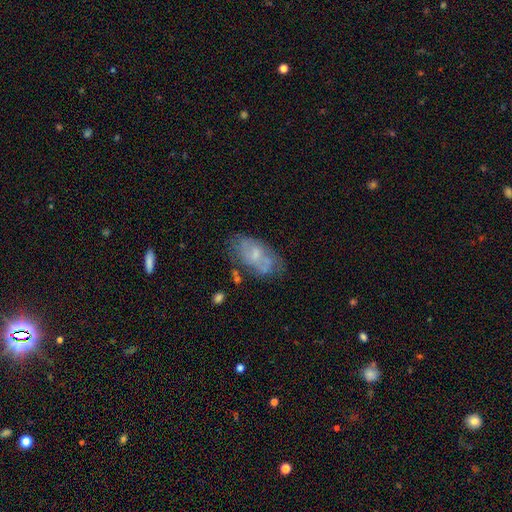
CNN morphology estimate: smooth_or_featured: featured or disk (p=0.56) [alt: smooth p=0.36]
disk_edge_on: no (p=0.94) [alt: yes p=0.06]
bar: no (p=0.62) [alt: weak p=0.32]
has_spiral_arms: yes (p=0.54) [alt: no p=0.46]
bulge_size: small (p=0.48) [alt: moderate p=0.29]
merging: none (p=0.56) [alt: minor disturbance p=0.25]